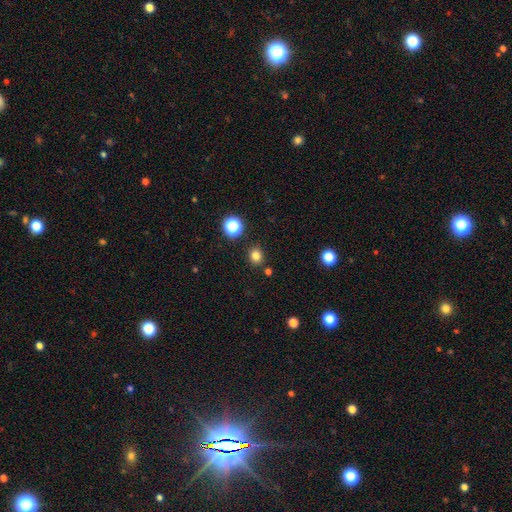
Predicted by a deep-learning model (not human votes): Smooth or featured?
  - smooth: 80% *
  - star or artifact: 15%
  - featured or disk: 5%
How rounded?
  - round: 75% *
  - in between: 24%
  - cigar-shaped: 1%
Merging?
  - none: 87% *
  - minor disturbance: 7%
  - merger: 3%
  - major disturbance: 2%